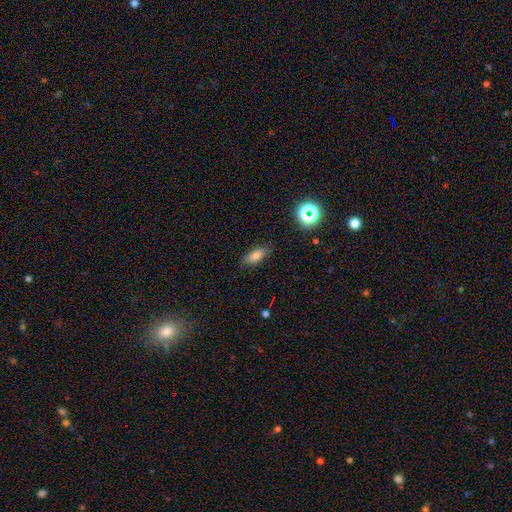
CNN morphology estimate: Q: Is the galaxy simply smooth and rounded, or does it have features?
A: smooth — 78%.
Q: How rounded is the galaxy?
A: in between — 77%.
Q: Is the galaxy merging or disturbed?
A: none — 80%.